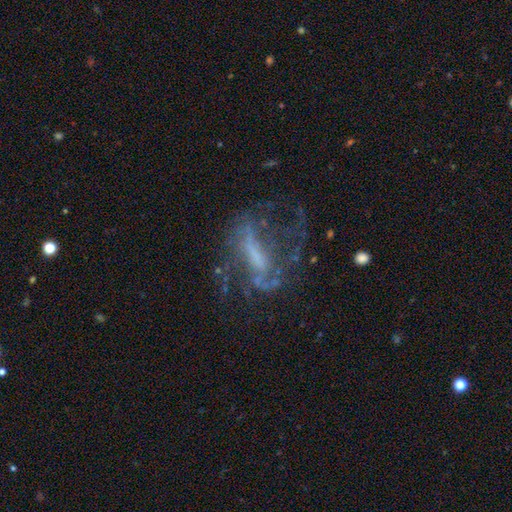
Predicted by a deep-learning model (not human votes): Smooth or featured? Predicted: featured or disk (p=0.73). Edge-on disk? Predicted: no (p=0.89). Bar? Predicted: strong (p=0.41). Spiral arms? Predicted: yes (p=0.65). Bulge size? Predicted: none (p=0.39). Merging? Predicted: none (p=0.44).